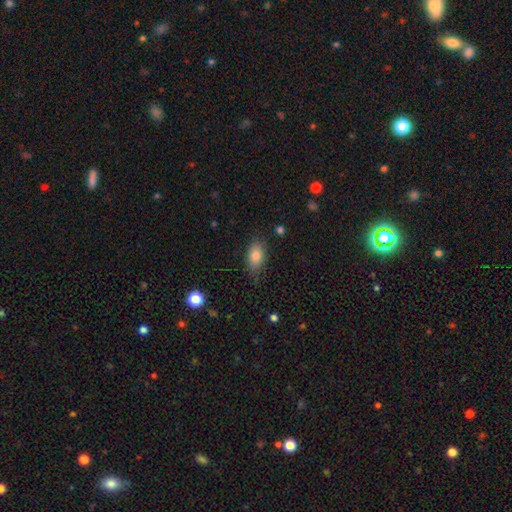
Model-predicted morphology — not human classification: A smooth galaxy with no disk features (81%) that is in between round and cigar-shaped (87%). Merging: none (74%).